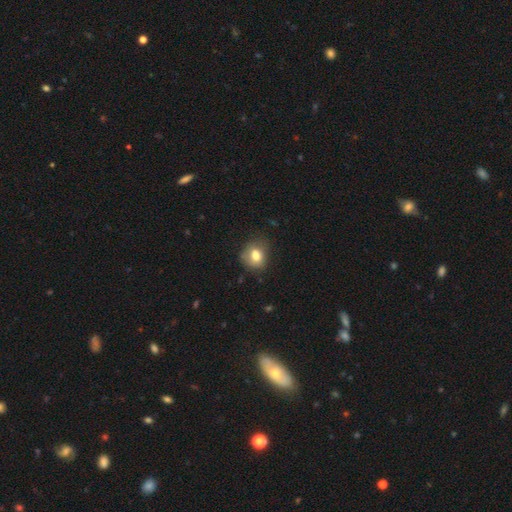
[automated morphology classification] Smooth or featured? smooth (77%)
How rounded? round (61%)
Merging? none (62%)